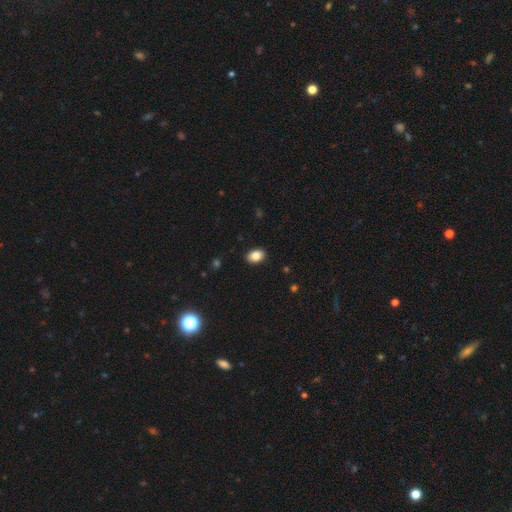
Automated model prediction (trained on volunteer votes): A smooth galaxy with no disk features (87%) that is in between round and cigar-shaped (82%). Merging: none (90%).